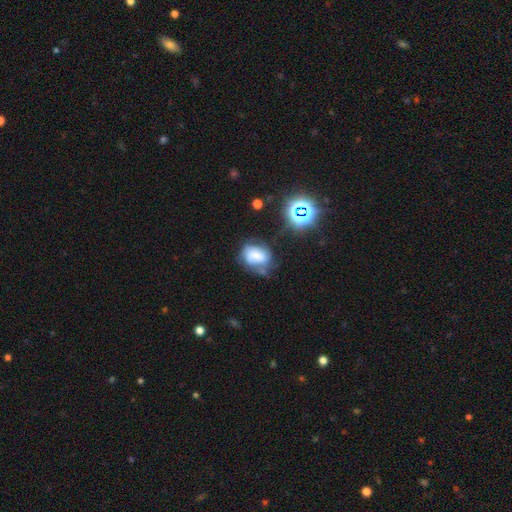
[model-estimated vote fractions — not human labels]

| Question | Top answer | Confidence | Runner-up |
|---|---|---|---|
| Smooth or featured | smooth | 45% | featured or disk (39%) |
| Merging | none | 47% | minor disturbance (29%) |